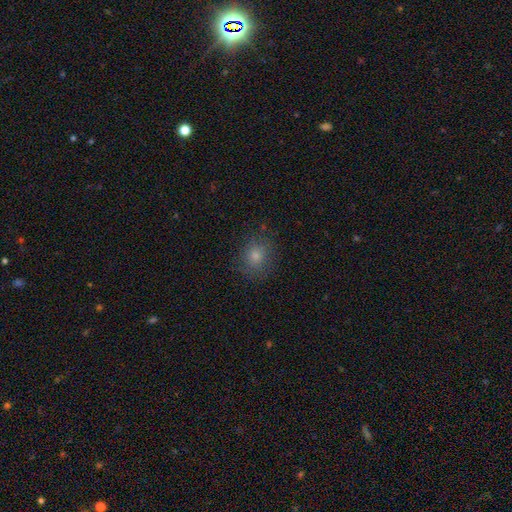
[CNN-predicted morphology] smooth 70%, star or artifact 20%, featured or disk 10%. Down the decision tree: how rounded — round (79%); merging — none (84%).